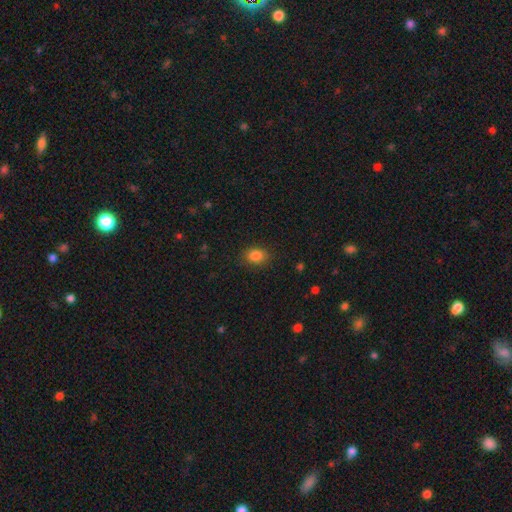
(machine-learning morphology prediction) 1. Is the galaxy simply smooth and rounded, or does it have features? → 85% smooth, 10% star or artifact, 5% featured or disk.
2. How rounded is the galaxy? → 67% in between, 32% round, 1% cigar-shaped.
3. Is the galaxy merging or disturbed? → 85% none, 11% minor disturbance, 3% major disturbance, 1% merger.